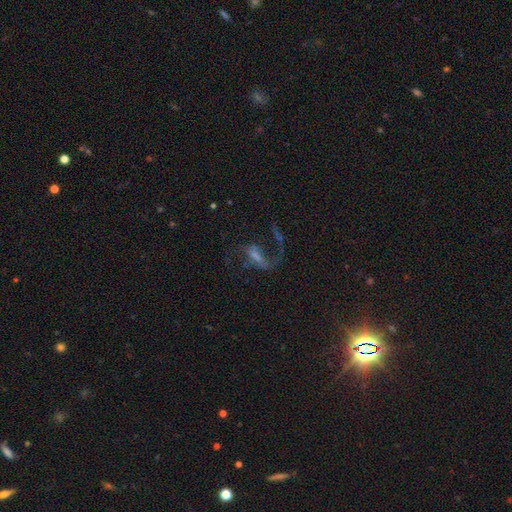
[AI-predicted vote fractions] A featured or disk galaxy (68%) with a weak bar (40%), 2 (55%) loose (69%) spiral arms (83%) and a small central bulge (41%).

Vote fractions:
- Smooth or featured? featured or disk: 68% / star or artifact: 17% / smooth: 15%
- Edge-on disk? no: 92% / yes: 8%
- Bar? weak: 40% / strong: 31% / no: 29%
- Spiral arms? yes: 83% / no: 17%
- Spiral winding? loose: 69% / medium: 24% / tight: 7%
- Spiral arm count? 2: 55% / 1: 34% / can't tell: 7% / 3: 2% / 4: 1% / more than 4: 1%
- Bulge size? small: 41% / moderate: 28% / none: 24% / large: 6% / dominant: 2%
- Merging? none: 44% / major disturbance: 37% / minor disturbance: 13% / merger: 6%